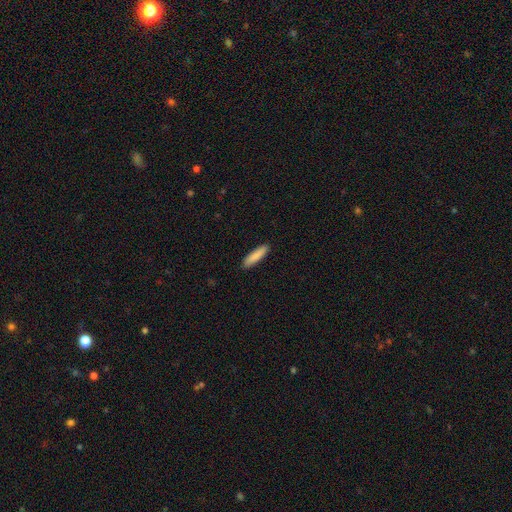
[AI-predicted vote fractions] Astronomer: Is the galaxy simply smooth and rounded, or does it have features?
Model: smooth — 87%.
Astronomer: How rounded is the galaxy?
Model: cigar-shaped — 80%.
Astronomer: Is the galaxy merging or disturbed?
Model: none — 90%.